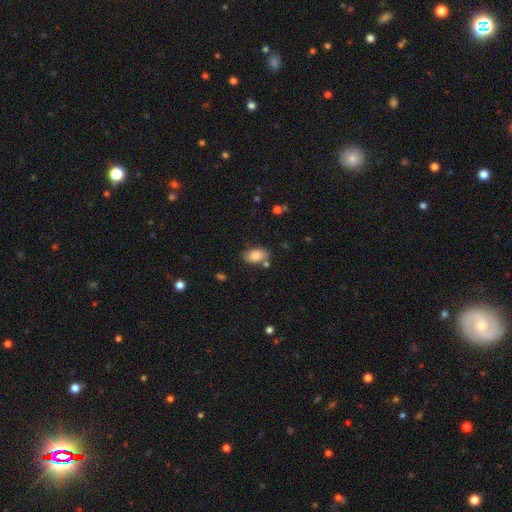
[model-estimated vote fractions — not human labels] This is clearly a smooth galaxy (85%). How rounded: clearly in between (90%). Merging: likely none (73%).